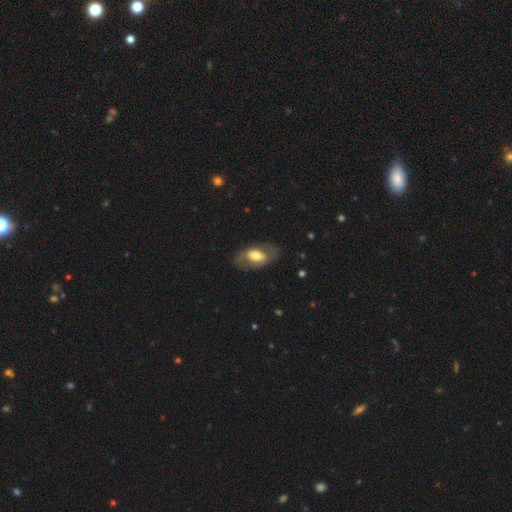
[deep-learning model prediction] A featured or disk galaxy (54%).

Vote fractions:
- Smooth or featured? featured or disk: 54% / smooth: 40% / star or artifact: 6%
- Edge-on disk? no: 91% / yes: 9%
- Merging? none: 73% / minor disturbance: 15% / major disturbance: 10% / merger: 1%